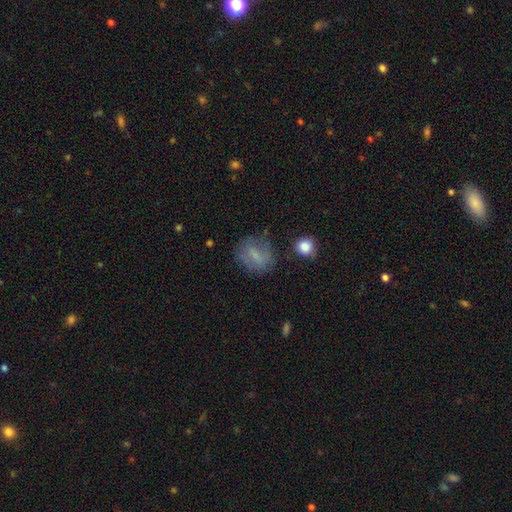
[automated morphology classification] A smooth galaxy with no disk features (60%) that is round (50%). Merging: none (68%).